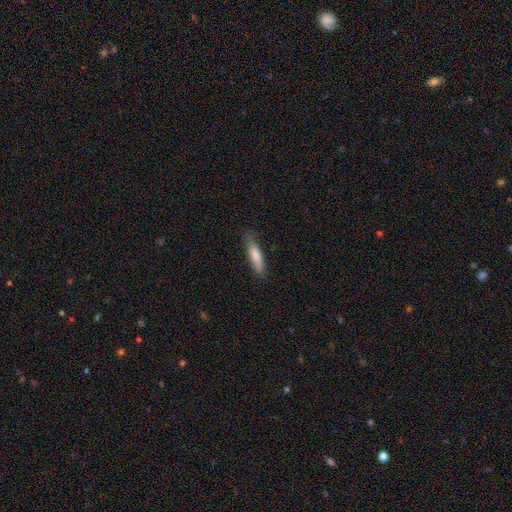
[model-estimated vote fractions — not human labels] smooth-or-featured: smooth: 78% | featured or disk: 16% | star or artifact: 6%
  how-rounded: cigar-shaped: 75% | in between: 24% | round: 1%
  merging: none: 78% | minor disturbance: 18% | major disturbance: 3% | merger: 1%